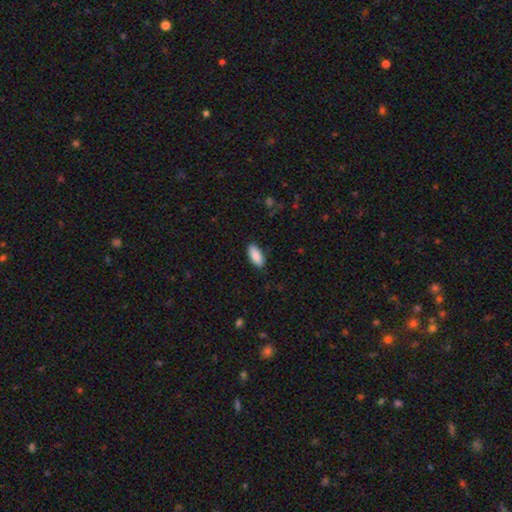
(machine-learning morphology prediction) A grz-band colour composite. It shows a smooth galaxy with no disk features (90%) that is in between round and cigar-shaped (86%). Merging: none (87%).